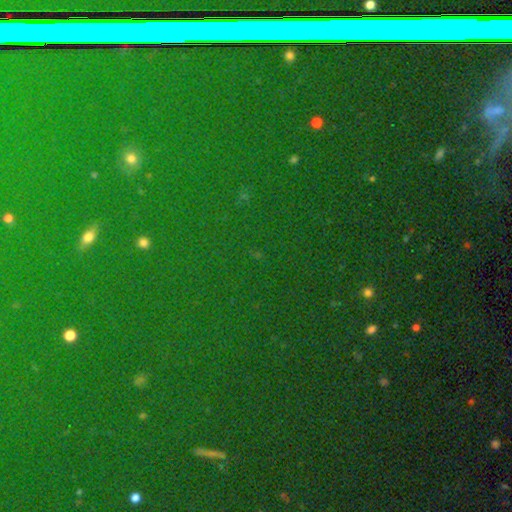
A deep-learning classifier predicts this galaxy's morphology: Q: Smooth or featured?
A: star or artifact (82%); runner-up: smooth (10%)